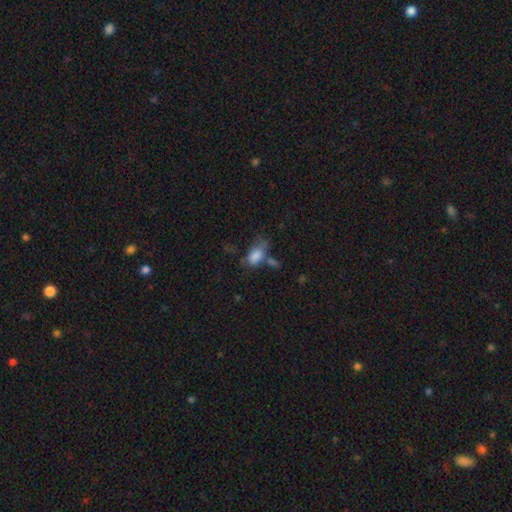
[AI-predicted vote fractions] Smooth or featured: smooth — 78% (featured or disk — 12%)
How rounded: in between — 89% (round — 7%)
Merging: none — 31% (minor disturbance — 23%)